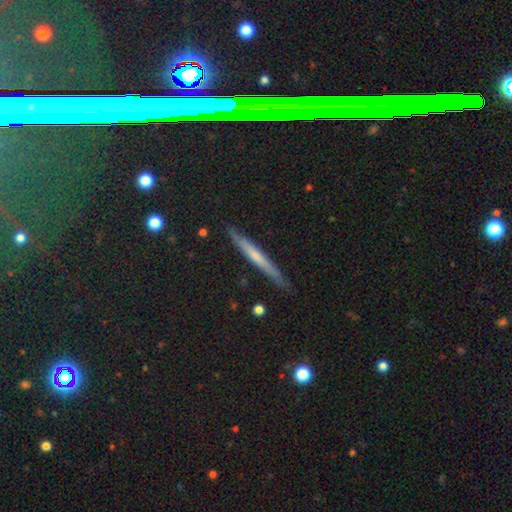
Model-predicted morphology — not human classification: A featured or disk galaxy (48%). Merging: none (87%).